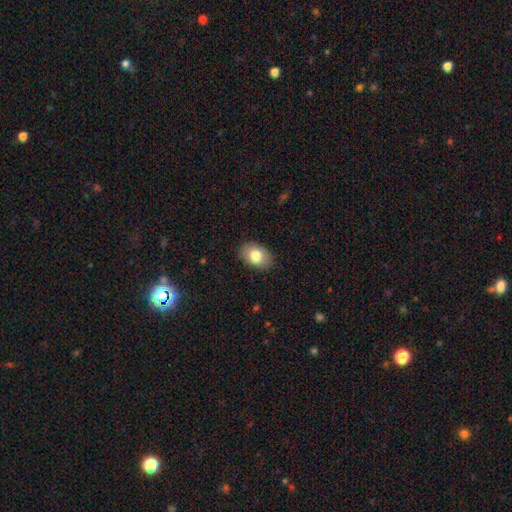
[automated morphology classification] The model was most divided on "how rounded": in between: 83%, round: 16%, cigar-shaped: 1%. More confident: merging — none (88%); smooth or featured — smooth (81%).